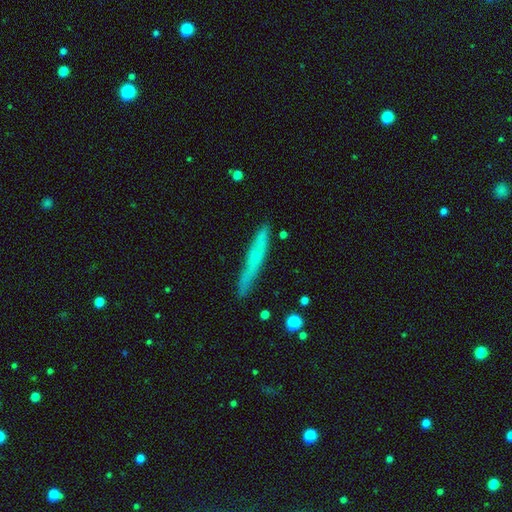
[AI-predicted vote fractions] Q: Smooth or featured?
A: smooth (54%); runner-up: featured or disk (38%)
Q: How rounded?
A: cigar-shaped (95%); runner-up: in between (3%)
Q: Merging?
A: none (84%); runner-up: minor disturbance (12%)